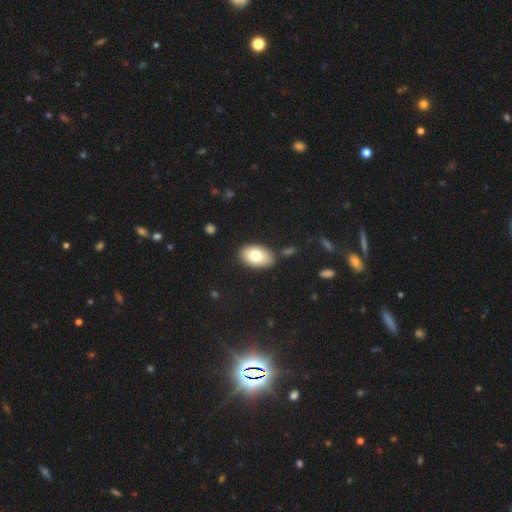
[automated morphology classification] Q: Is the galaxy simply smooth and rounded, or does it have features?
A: smooth — 75%.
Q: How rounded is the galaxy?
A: in between — 91%.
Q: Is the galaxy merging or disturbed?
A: none — 83%.